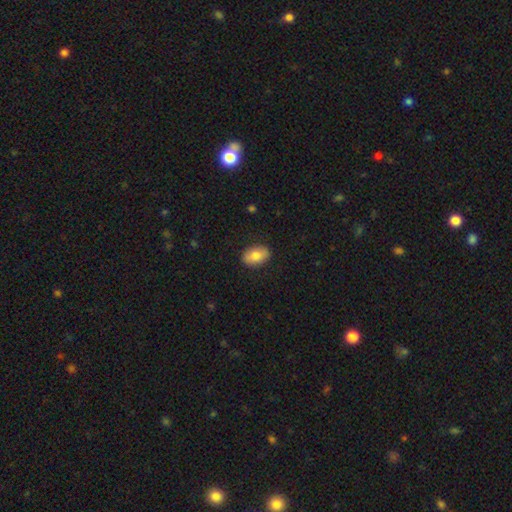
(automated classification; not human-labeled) Overall: smooth (77%). How rounded: in between (88%). Merging: none (87%).